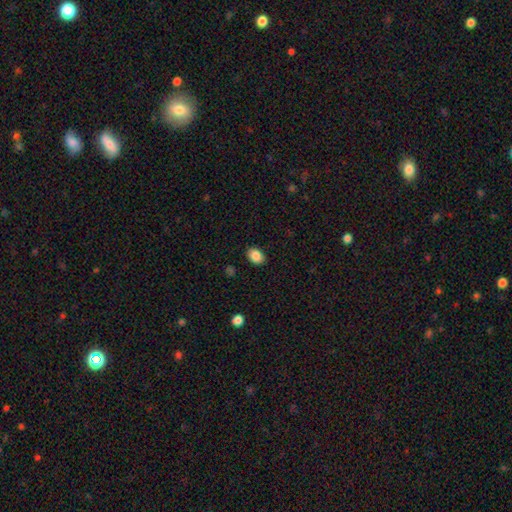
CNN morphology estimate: smooth 88%, star or artifact 8%, featured or disk 4%. Down the decision tree: how rounded — in between (72%); merging — none (88%).